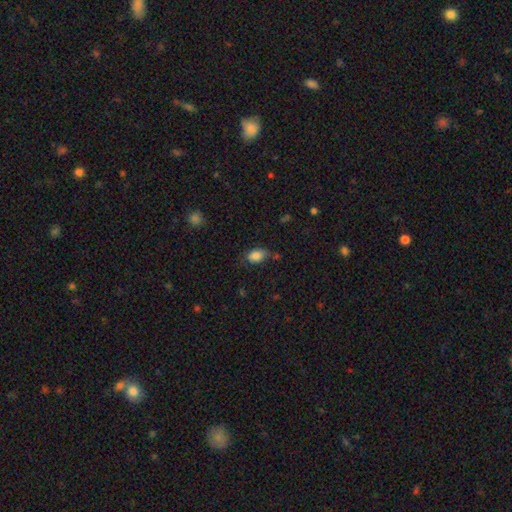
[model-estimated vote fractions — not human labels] Smooth or featured? smooth (86%)
How rounded? in between (88%)
Merging? none (61%)